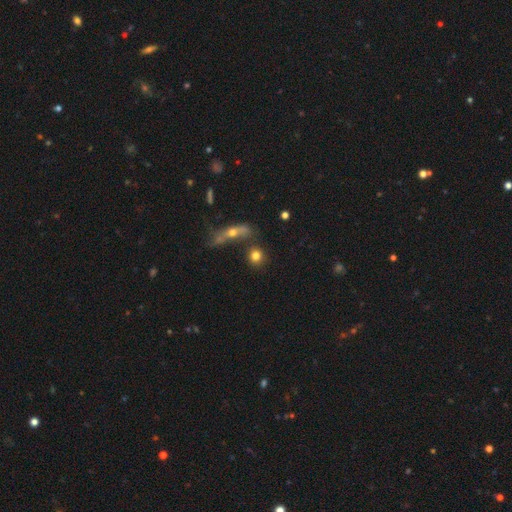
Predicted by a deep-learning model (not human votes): A smooth galaxy with no disk features (79%) that is round (84%). Merging: none (73%).